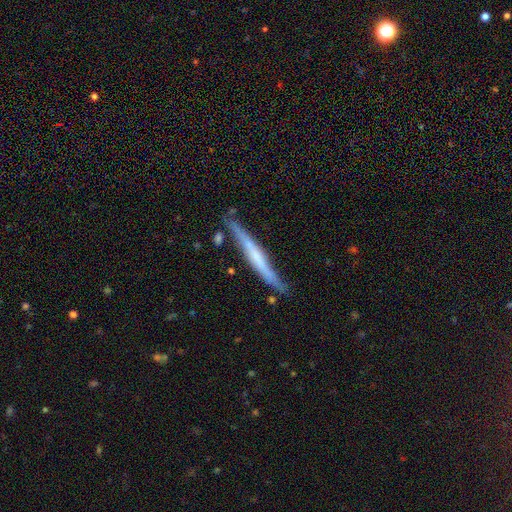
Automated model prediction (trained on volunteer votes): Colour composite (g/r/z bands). It shows a featured or disk galaxy (57%) viewed edge-on (92%) with no central bulge (61%). Merging: none (73%).